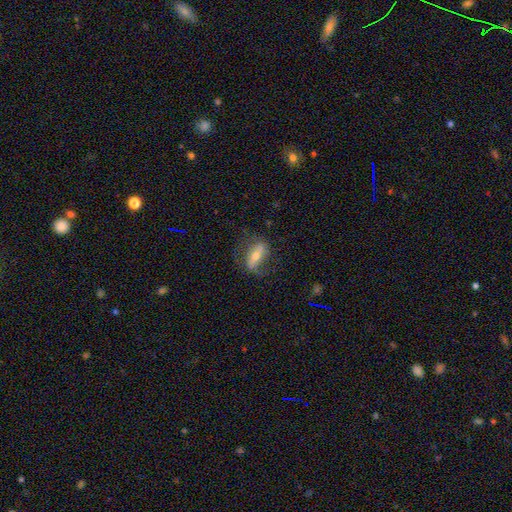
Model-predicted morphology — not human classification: featured or disk 61%, smooth 30%, star or artifact 9%. Down the decision tree: edge-on disk — no (80%); merging — none (65%).